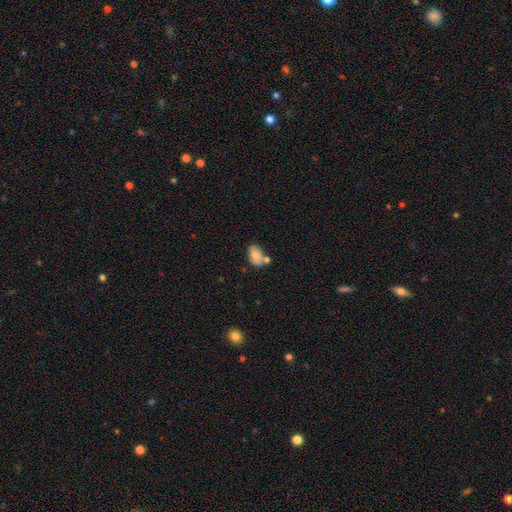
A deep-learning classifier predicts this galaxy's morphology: The model was most divided on "merging": none: 50%, merger: 22%, minor disturbance: 22%, major disturbance: 6%. More confident: how rounded — in between (86%); smooth or featured — smooth (77%).